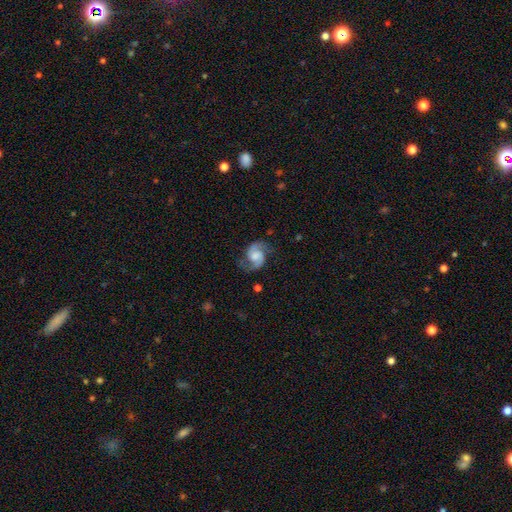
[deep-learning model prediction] Smooth or featured?
  - featured or disk: 85% *
  - smooth: 9%
  - star or artifact: 6%
Edge-on disk?
  - no: 98% *
  - yes: 2%
Bar?
  - no: 52% *
  - weak: 39%
  - strong: 8%
Spiral arms?
  - yes: 97% *
  - no: 3%
Spiral winding?
  - medium: 54% *
  - loose: 29%
  - tight: 17%
Spiral arm count?
  - 2: 93% *
  - can't tell: 2%
  - 1: 2%
  - 3: 1%
  - 4: 1%
  - more than 4: 1%
Bulge size?
  - moderate: 32% *
  - none: 25%
  - small: 21%
  - large: 19%
  - dominant: 3%
Merging?
  - none: 74% *
  - minor disturbance: 17%
  - major disturbance: 8%
  - merger: 2%